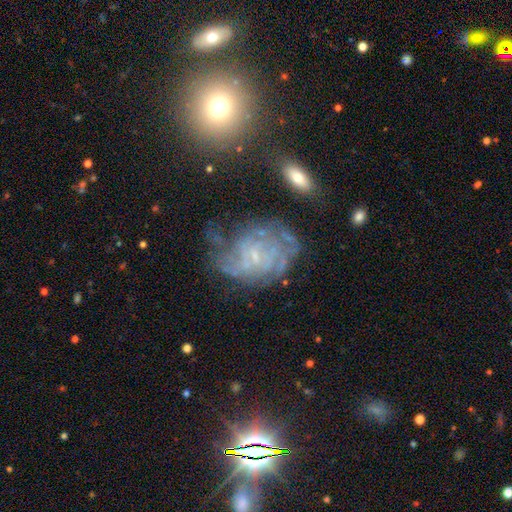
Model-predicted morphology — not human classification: A featured or disk galaxy (74%) with no bar (63%), tight (55%) spiral arms (83%) and a small central bulge (73%).

Vote fractions:
- Smooth or featured? featured or disk: 74% / smooth: 13% / star or artifact: 13%
- Edge-on disk? no: 97% / yes: 3%
- Bar? no: 63% / weak: 31% / strong: 7%
- Spiral arms? yes: 83% / no: 17%
- Spiral winding? tight: 55% / medium: 31% / loose: 14%
- Spiral arm count? can't tell: 51% / 2: 13% / 3: 13% / 4: 10% / more than 4: 7% / 1: 6%
- Bulge size? small: 73% / none: 14% / moderate: 10% / large: 1% / dominant: 1%
- Merging? none: 52% / minor disturbance: 24% / major disturbance: 19% / merger: 5%